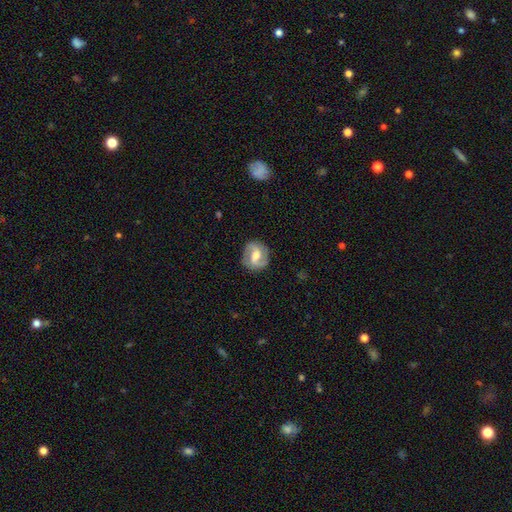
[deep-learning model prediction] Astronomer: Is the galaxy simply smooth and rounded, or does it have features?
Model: featured or disk — 75%.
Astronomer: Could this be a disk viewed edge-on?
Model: no — 97%.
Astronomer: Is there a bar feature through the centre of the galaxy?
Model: weak — 45% (runner-up: strong, 35%).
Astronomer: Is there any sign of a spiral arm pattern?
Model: yes — 89%.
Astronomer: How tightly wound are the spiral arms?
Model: medium — 48% (runner-up: tight, 29%).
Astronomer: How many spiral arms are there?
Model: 2 — 89%.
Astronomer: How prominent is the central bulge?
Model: moderate — 67%.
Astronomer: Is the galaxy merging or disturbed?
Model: none — 84%.